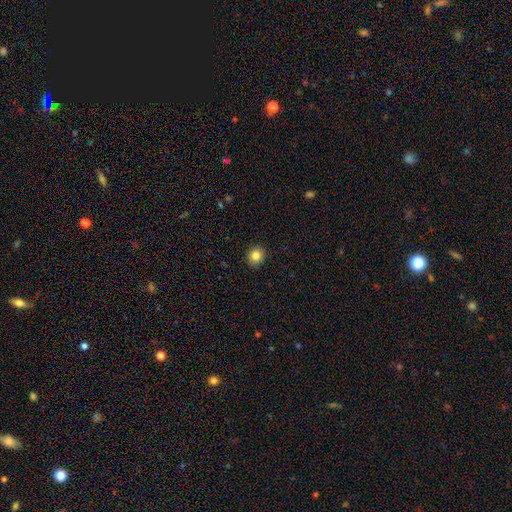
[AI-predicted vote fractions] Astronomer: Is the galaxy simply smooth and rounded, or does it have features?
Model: smooth — 84%.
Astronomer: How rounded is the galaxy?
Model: round — 76%.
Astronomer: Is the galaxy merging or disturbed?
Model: none — 90%.